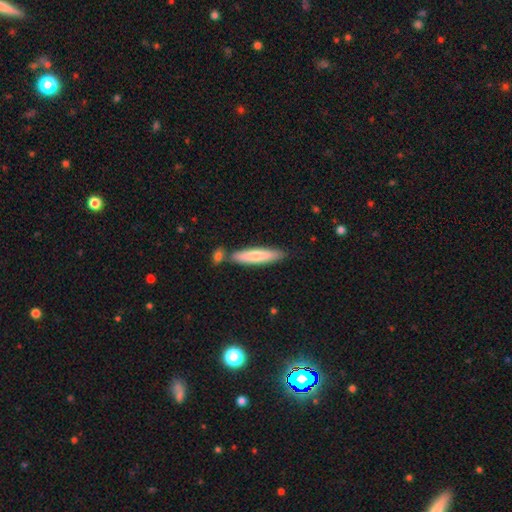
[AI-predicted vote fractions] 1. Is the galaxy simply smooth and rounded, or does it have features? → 72% smooth, 23% featured or disk, 5% star or artifact.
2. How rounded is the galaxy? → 84% cigar-shaped, 15% in between, 1% round.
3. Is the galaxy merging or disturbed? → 73% none, 13% merger, 12% minor disturbance, 3% major disturbance.